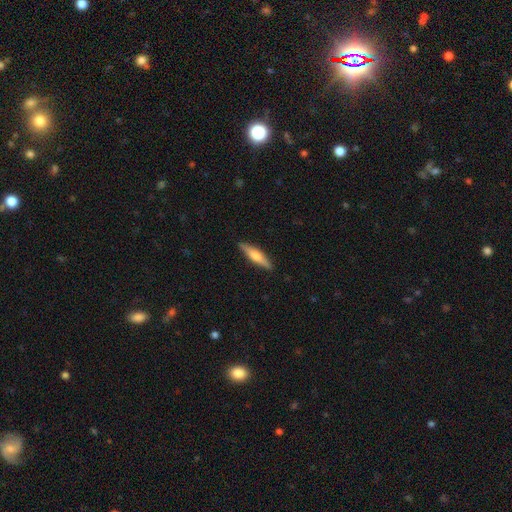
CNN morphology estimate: Smooth or featured: smooth — 48% (featured or disk — 46%)
Merging: none — 89% (minor disturbance — 8%)